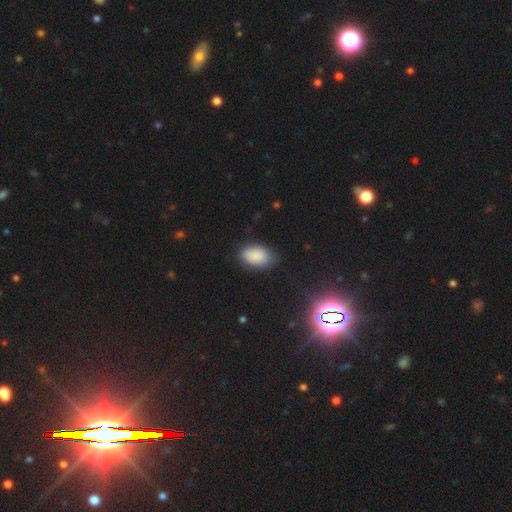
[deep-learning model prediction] This appears to be a smooth galaxy with no disk features (87%) that is in between round and cigar-shaped (92%). Merging: none (81%).